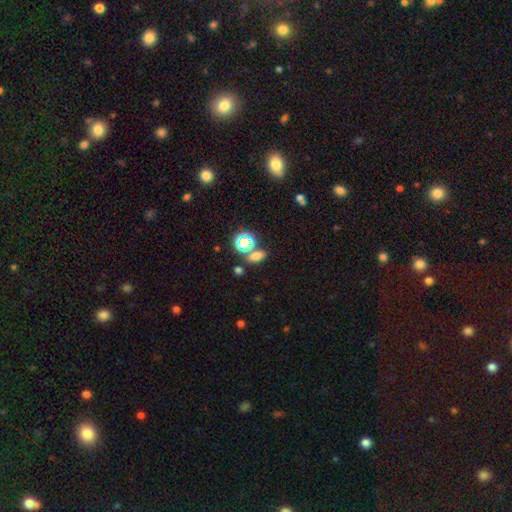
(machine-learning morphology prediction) Smooth or featured? smooth (64%)
How rounded? in between (72%)
Merging? none (70%)